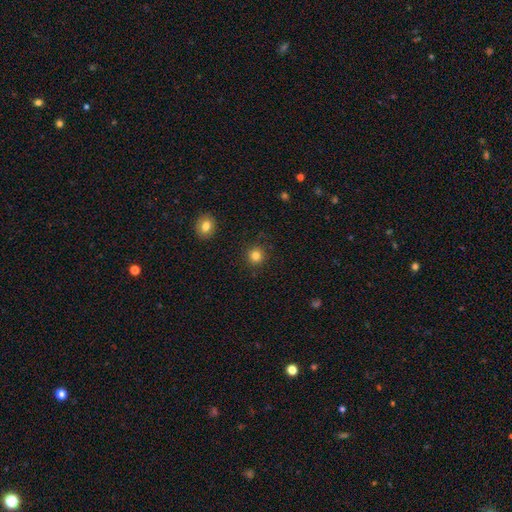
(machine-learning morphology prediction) smooth_or_featured: smooth (p=0.82) [alt: star or artifact p=0.12]
how_rounded: round (p=0.93) [alt: in between p=0.07]
merging: none (p=0.90) [alt: minor disturbance p=0.06]